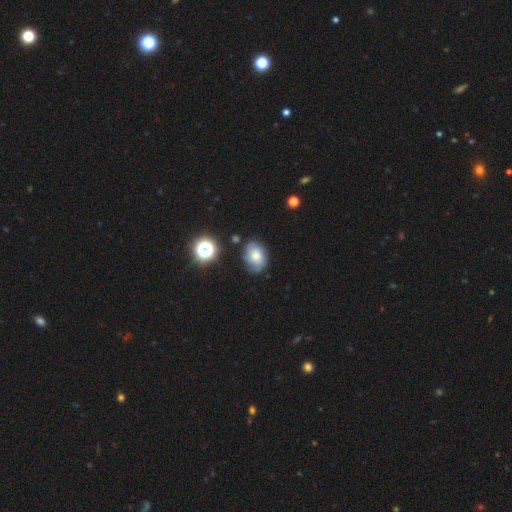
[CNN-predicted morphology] This appears to be a smooth galaxy with no disk features (49%). Merging: none (61%).